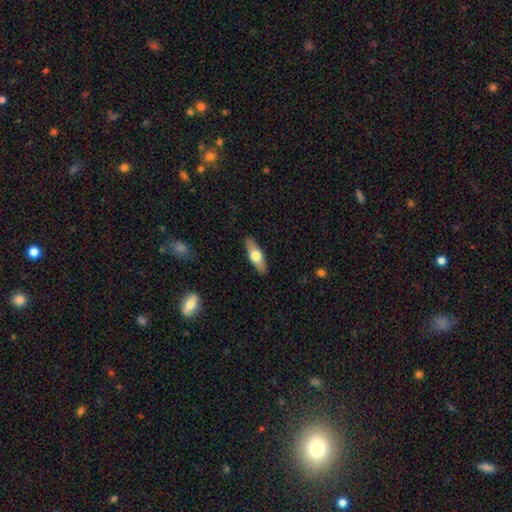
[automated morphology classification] smooth-or-featured: smooth: 58% | featured or disk: 37% | star or artifact: 5%
  how-rounded: in between: 62% | cigar-shaped: 35% | round: 3%
  merging: none: 89% | minor disturbance: 8% | major disturbance: 2% | merger: 1%